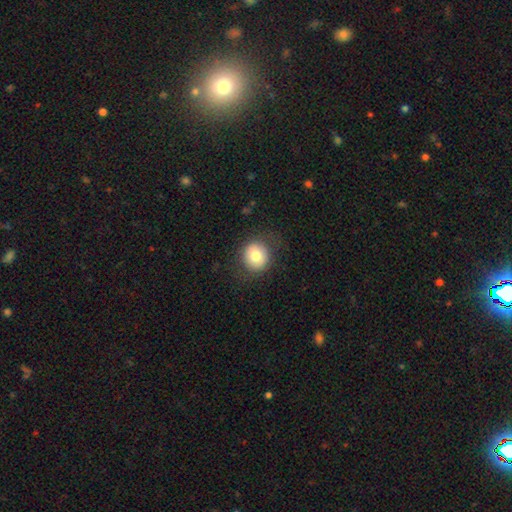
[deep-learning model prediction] Q: Smooth or featured?
A: smooth (77%); runner-up: featured or disk (14%)
Q: How rounded?
A: round (86%); runner-up: in between (13%)
Q: Merging?
A: none (82%); runner-up: minor disturbance (12%)